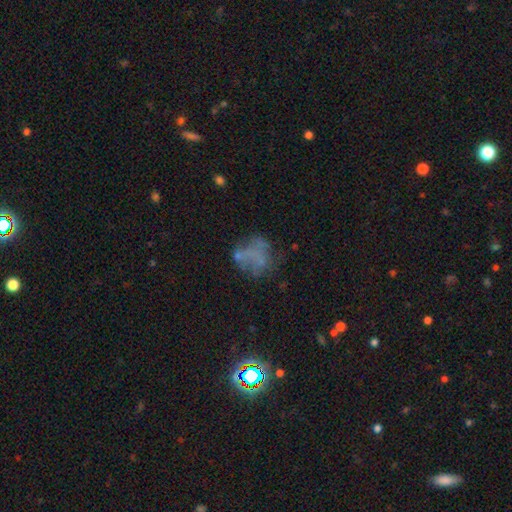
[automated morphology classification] The model was most divided on "smooth or featured": smooth: 42%, featured or disk: 39%, star or artifact: 19%. Remaining: merging — none (46%).